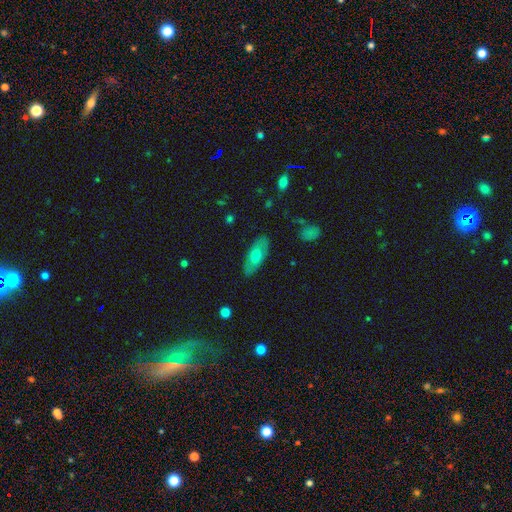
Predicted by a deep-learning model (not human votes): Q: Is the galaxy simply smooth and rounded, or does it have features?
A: smooth — 63%.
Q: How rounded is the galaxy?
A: in between — 80%.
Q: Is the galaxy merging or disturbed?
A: none — 85%.